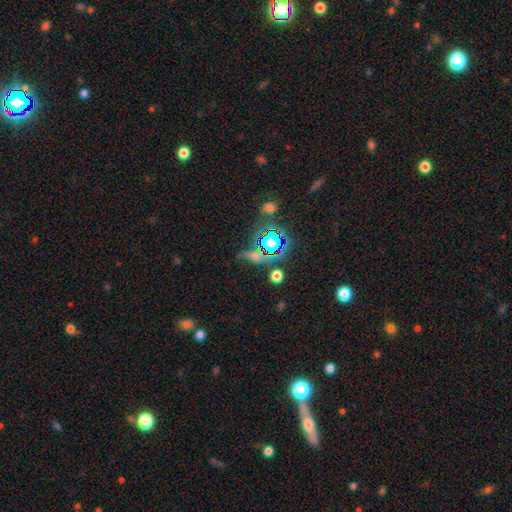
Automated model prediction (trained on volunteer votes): A star or artifact, not a galaxy (57%).

Vote fractions:
- Smooth or featured? star or artifact: 57% / smooth: 27% / featured or disk: 16%